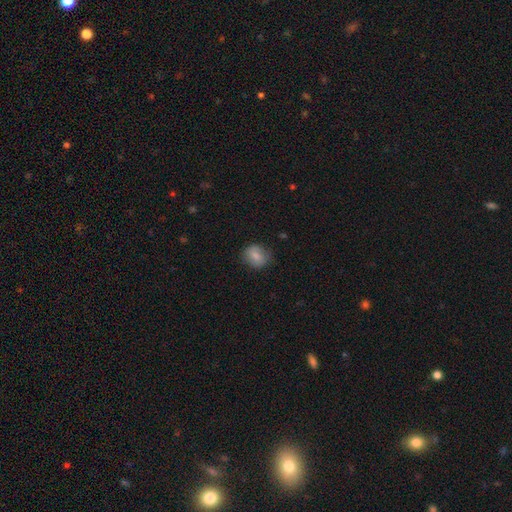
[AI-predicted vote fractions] This is likely a smooth galaxy (78%). How rounded: likely round (68%). Merging: clearly none (81%).